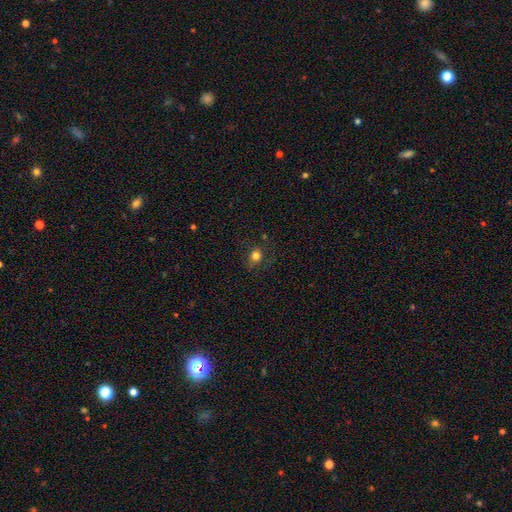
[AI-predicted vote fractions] smooth 77%, star or artifact 15%, featured or disk 8%. Down the decision tree: how rounded — round (72%); merging — none (80%).